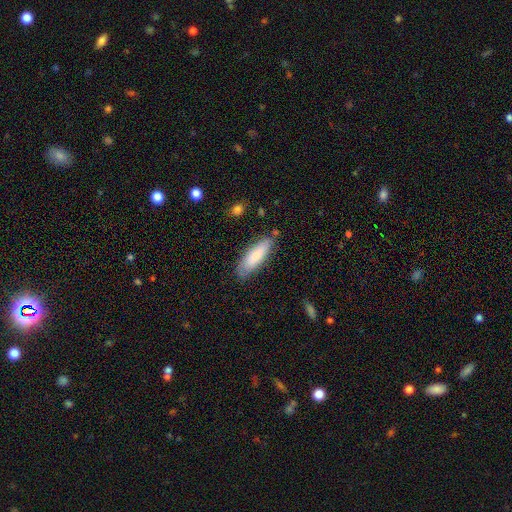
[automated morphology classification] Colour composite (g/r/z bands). It shows a smooth galaxy with no disk features (76%) that is in between round and cigar-shaped (53%). Merging: none (78%).